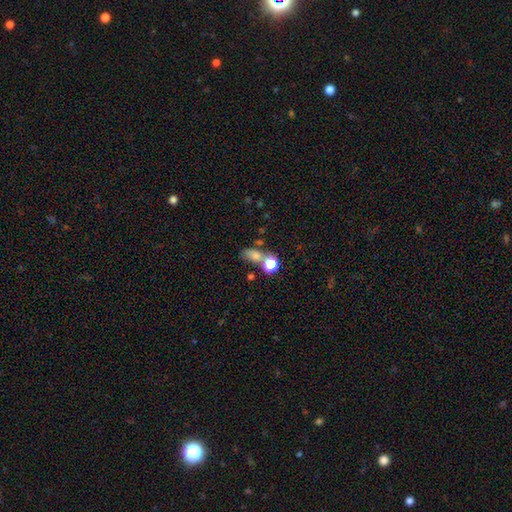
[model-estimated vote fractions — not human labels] A smooth galaxy with no disk features (66%) that is in between round and cigar-shaped (64%).

Vote fractions:
- Smooth or featured? smooth: 66% / star or artifact: 20% / featured or disk: 14%
- How rounded? in between: 64% / round: 32% / cigar-shaped: 4%
- Merging? none: 46% / merger: 32% / minor disturbance: 13% / major disturbance: 8%